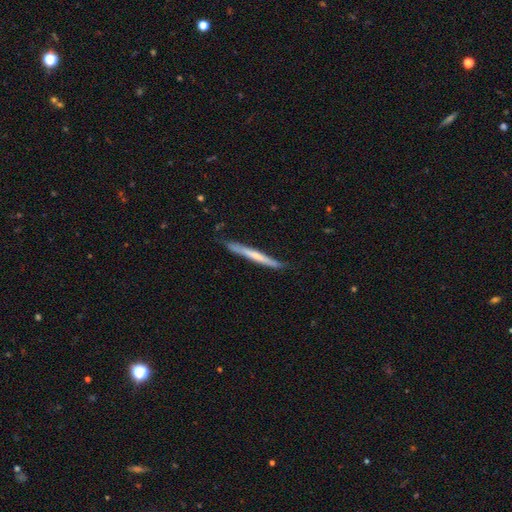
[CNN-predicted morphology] featured or disk 50%, smooth 44%, star or artifact 5%. Down the decision tree: edge-on disk — yes (94%); merging — none (78%).